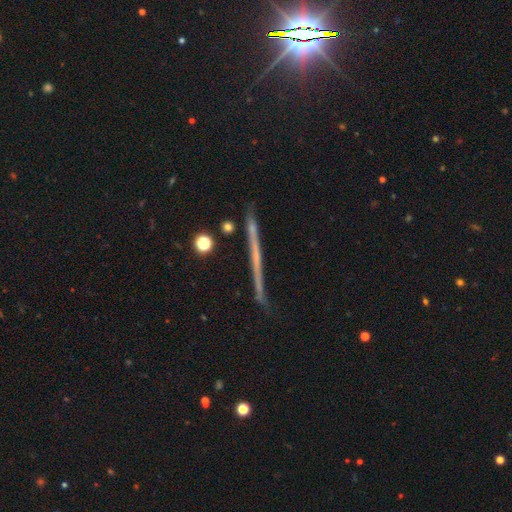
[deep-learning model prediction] Q: Smooth or featured?
A: featured or disk (61%); runner-up: smooth (29%)
Q: Edge-on disk?
A: yes (96%); runner-up: no (4%)
Q: Edge-on bulge?
A: none (86%); runner-up: rounded (10%)
Q: Merging?
A: none (86%); runner-up: minor disturbance (9%)